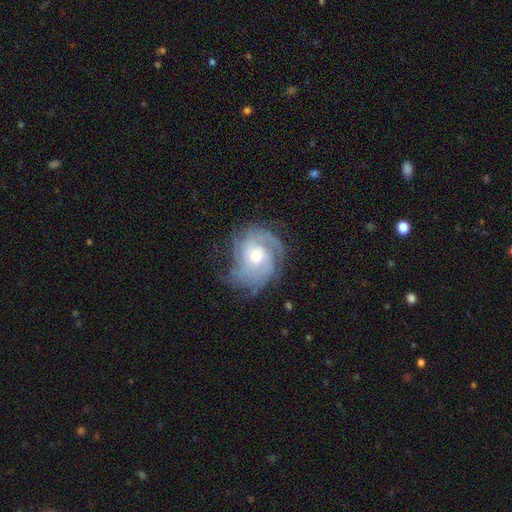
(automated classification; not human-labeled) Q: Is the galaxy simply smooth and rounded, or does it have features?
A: featured or disk — 81%.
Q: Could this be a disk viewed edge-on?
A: no — 97%.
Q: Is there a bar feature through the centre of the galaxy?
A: no — 72%.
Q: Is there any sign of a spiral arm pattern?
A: yes — 94%.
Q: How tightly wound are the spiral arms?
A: tight — 55%.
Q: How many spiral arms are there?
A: can't tell — 33%.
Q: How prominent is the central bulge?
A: moderate — 67%.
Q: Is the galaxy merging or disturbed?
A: none — 64%.